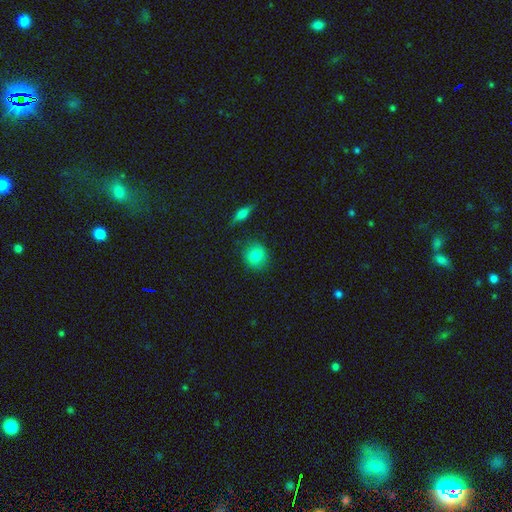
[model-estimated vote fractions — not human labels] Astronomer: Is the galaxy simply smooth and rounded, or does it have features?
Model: smooth — 82%.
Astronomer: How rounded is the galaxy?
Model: round — 82%.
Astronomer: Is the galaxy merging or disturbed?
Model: none — 83%.